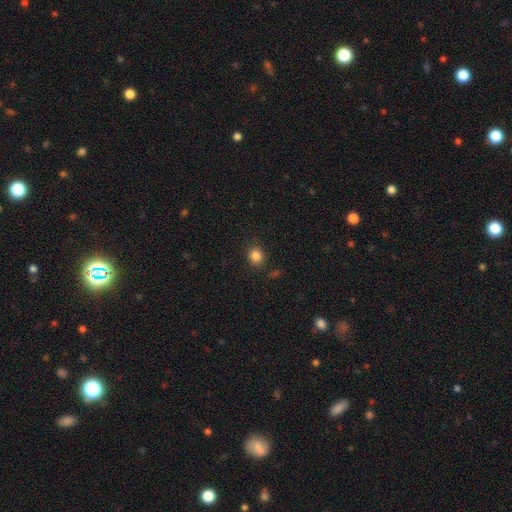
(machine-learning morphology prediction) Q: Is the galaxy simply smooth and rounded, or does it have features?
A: smooth — 85%.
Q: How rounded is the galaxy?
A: round — 76%.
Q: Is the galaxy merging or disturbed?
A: none — 87%.